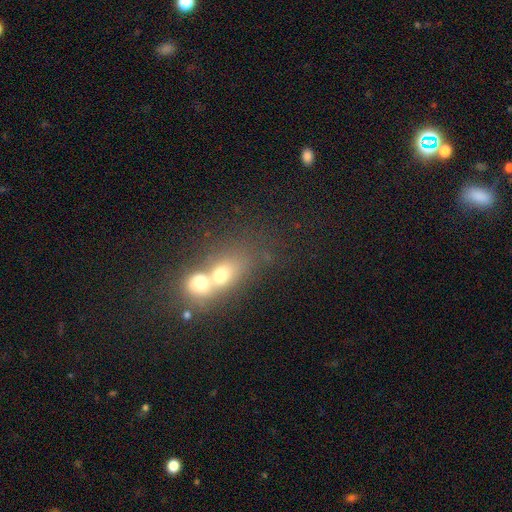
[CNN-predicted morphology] Smooth or featured? smooth (52%)
How rounded? in between (48%)
Merging? merger (58%)